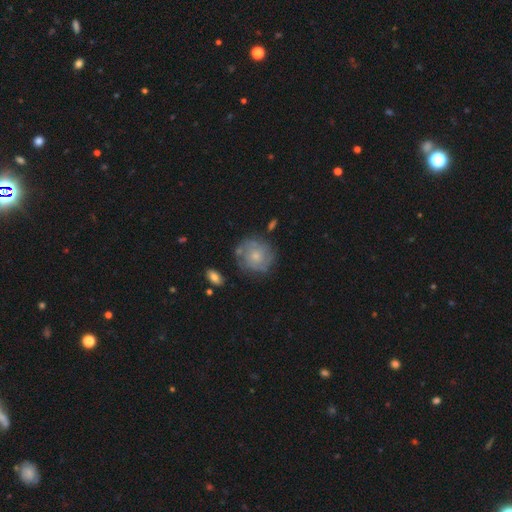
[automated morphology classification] Q: Smooth or featured?
A: featured or disk (53%); runner-up: smooth (39%)
Q: Edge-on disk?
A: no (97%); runner-up: yes (3%)
Q: Bar?
A: no (84%); runner-up: weak (14%)
Q: Spiral arms?
A: yes (70%); runner-up: no (30%)
Q: Bulge size?
A: small (55%); runner-up: moderate (35%)
Q: Merging?
A: none (71%); runner-up: minor disturbance (18%)